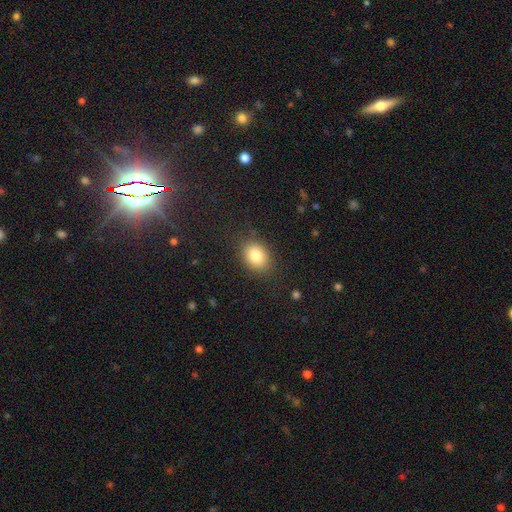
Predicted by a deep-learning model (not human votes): Smooth or featured: smooth — 84% (star or artifact — 9%)
How rounded: in between — 64% (round — 35%)
Merging: none — 83% (minor disturbance — 12%)